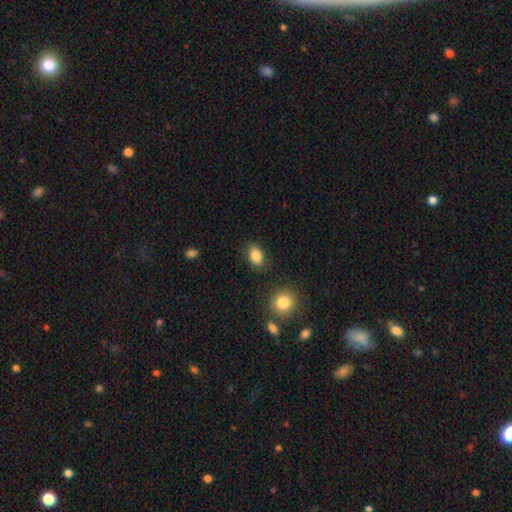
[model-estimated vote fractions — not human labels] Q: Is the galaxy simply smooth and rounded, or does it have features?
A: smooth — 86%.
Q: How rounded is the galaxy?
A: in between — 81%.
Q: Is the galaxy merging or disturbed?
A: none — 80%.